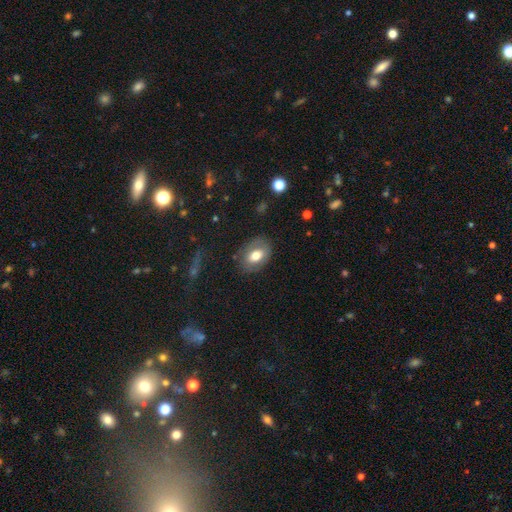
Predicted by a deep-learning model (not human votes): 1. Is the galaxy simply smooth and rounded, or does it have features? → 67% smooth, 25% featured or disk, 8% star or artifact.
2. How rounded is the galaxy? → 82% in between, 17% round, 1% cigar-shaped.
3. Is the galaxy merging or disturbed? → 79% none, 15% minor disturbance, 5% major disturbance, 1% merger.